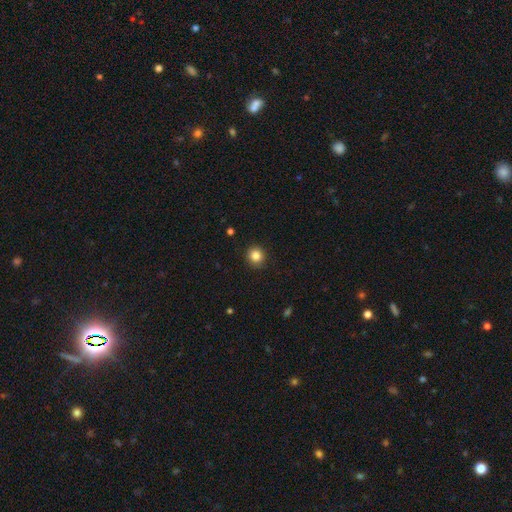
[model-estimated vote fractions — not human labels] Q: Smooth or featured?
A: smooth (85%); runner-up: star or artifact (11%)
Q: How rounded?
A: round (91%); runner-up: in between (8%)
Q: Merging?
A: none (91%); runner-up: minor disturbance (6%)